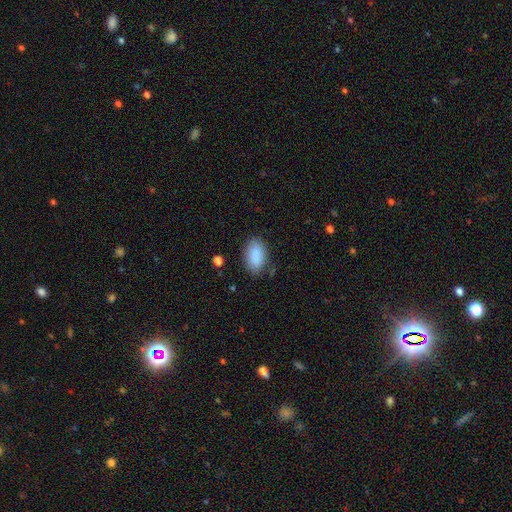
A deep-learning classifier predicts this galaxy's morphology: Smooth or featured: smooth — 88% (star or artifact — 7%)
How rounded: in between — 93% (round — 5%)
Merging: none — 80% (minor disturbance — 14%)